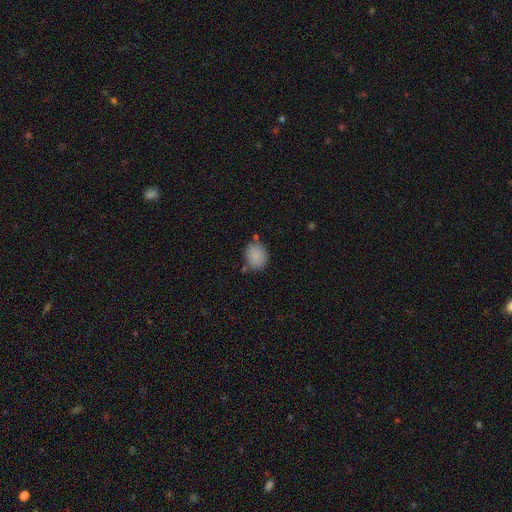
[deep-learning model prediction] This appears to be a smooth galaxy with no disk features (86%) that is round (59%). Merging: none (74%).